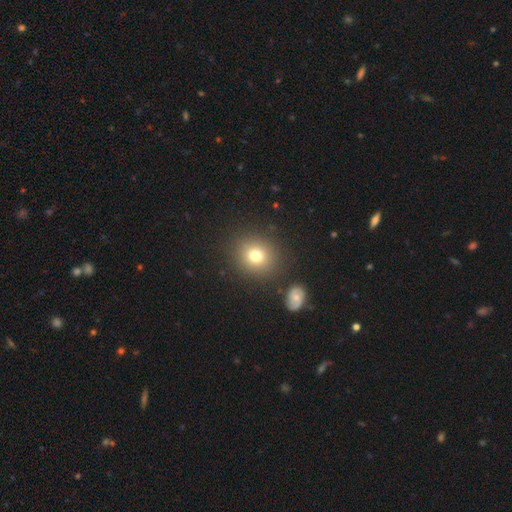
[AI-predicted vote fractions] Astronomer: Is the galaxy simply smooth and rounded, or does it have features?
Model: smooth — 77%.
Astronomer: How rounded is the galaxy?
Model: round — 83%.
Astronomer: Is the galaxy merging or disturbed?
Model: none — 85%.